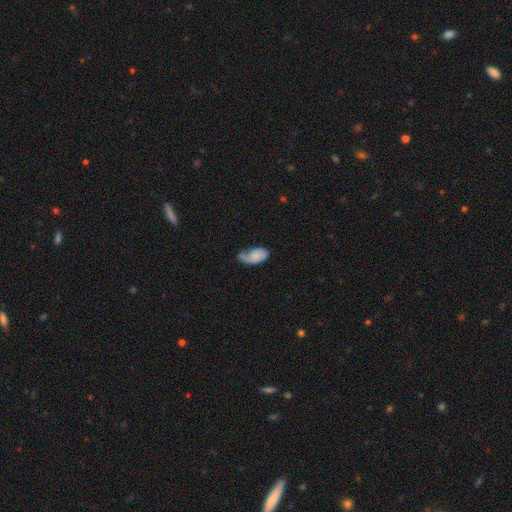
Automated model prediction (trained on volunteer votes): Smooth or featured? smooth (55%)
How rounded? in between (92%)
Merging? none (38%)